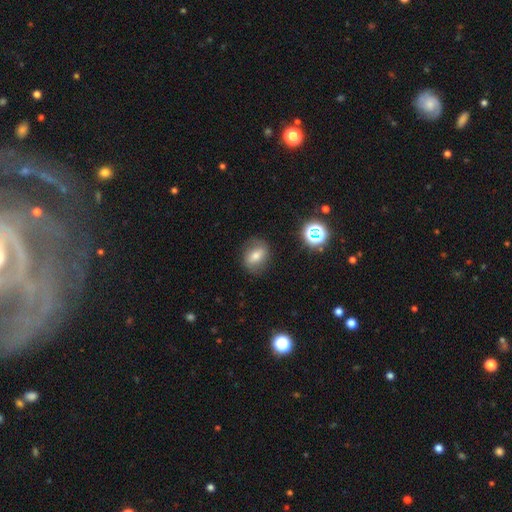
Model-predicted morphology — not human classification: smooth-or-featured: smooth: 65% | featured or disk: 22% | star or artifact: 13%
  how-rounded: in between: 64% | round: 34% | cigar-shaped: 2%
  merging: none: 79% | minor disturbance: 15% | major disturbance: 5% | merger: 2%